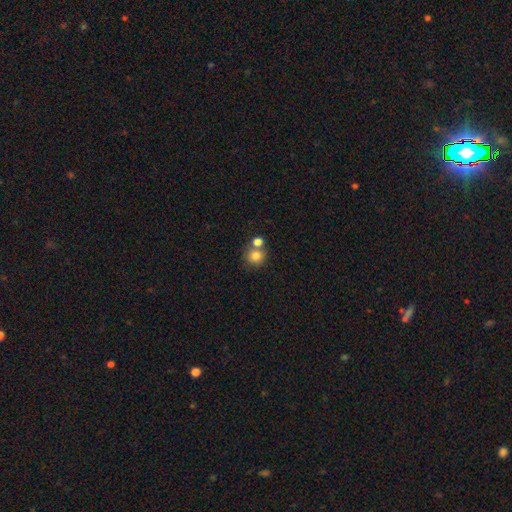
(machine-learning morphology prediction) Smooth or featured?
  - smooth: 79% *
  - star or artifact: 11%
  - featured or disk: 9%
How rounded?
  - round: 88% *
  - in between: 11%
  - cigar-shaped: 1%
Merging?
  - none: 56% *
  - merger: 33%
  - minor disturbance: 8%
  - major disturbance: 3%